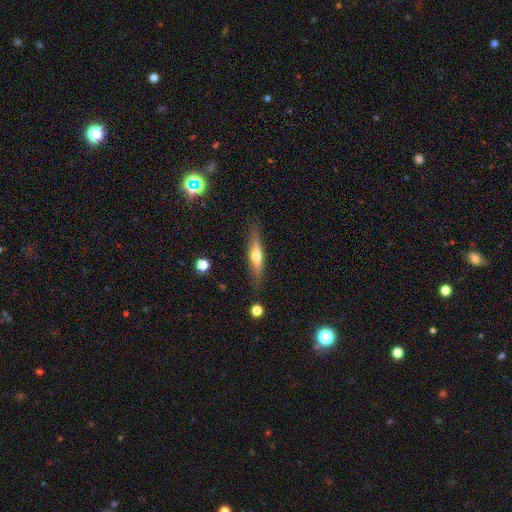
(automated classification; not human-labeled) This is likely a featured or disk galaxy (61%). It is clearly viewed edge-on (93%). Edge-on bulge: clearly rounded (91%). Merging: clearly none (85%).